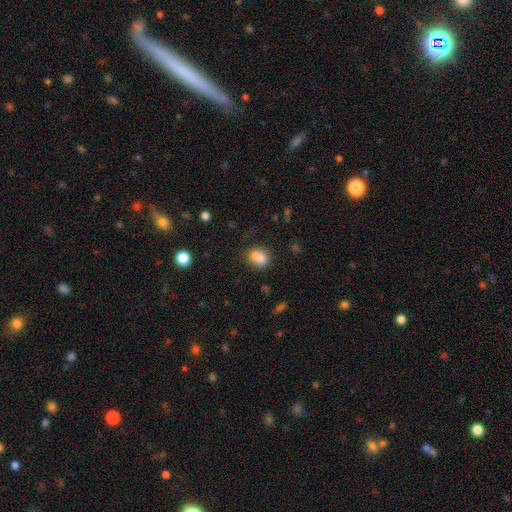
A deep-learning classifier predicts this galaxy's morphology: A smooth galaxy with no disk features (83%) that is in between round and cigar-shaped (56%).

Vote fractions:
- Smooth or featured? smooth: 83% / star or artifact: 10% / featured or disk: 6%
- How rounded? in between: 56% / round: 43% / cigar-shaped: 1%
- Merging? none: 67% / minor disturbance: 16% / merger: 11% / major disturbance: 5%